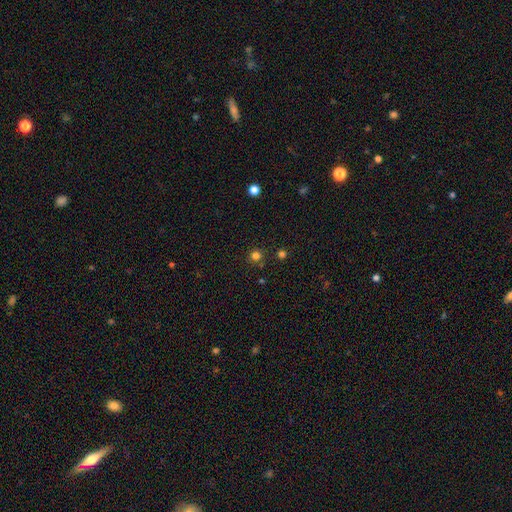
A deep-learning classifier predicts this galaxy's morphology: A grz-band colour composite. It shows a smooth galaxy with no disk features (76%) that is round (93%). Merging: none (84%).